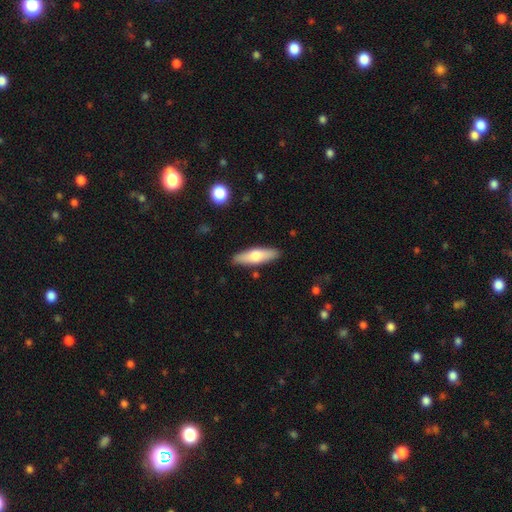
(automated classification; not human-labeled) A smooth galaxy with no disk features (62%) that is cigar-shaped (58%).

Vote fractions:
- Smooth or featured? smooth: 62% / featured or disk: 33% / star or artifact: 5%
- How rounded? cigar-shaped: 58% / in between: 40% / round: 2%
- Merging? none: 88% / minor disturbance: 9% / major disturbance: 2% / merger: 2%